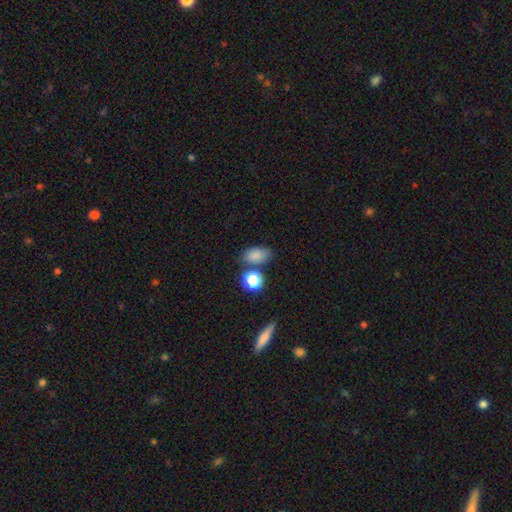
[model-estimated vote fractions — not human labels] Overall: smooth (83%). How rounded: in between (83%). Merging: none (67%).